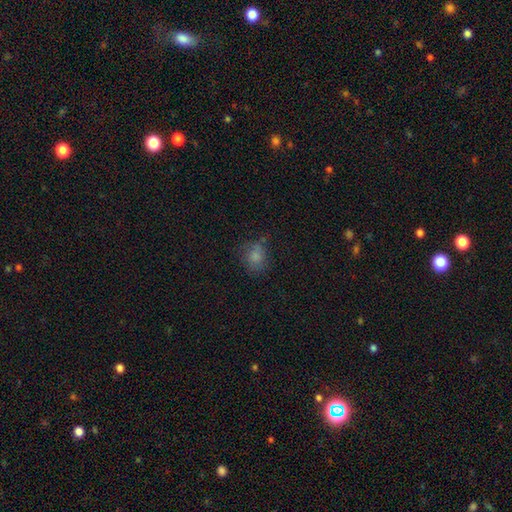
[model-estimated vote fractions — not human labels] This is likely a smooth galaxy (75%). How rounded: likely round (62%). Merging: possibly none (60%).